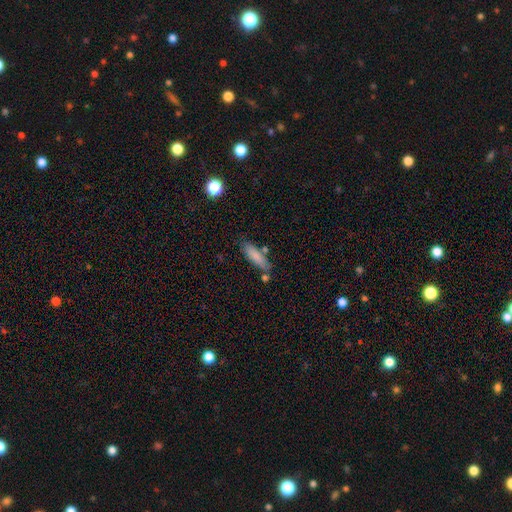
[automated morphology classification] This appears to be a smooth galaxy with no disk features (83%) that is cigar-shaped (63%). Merging: none (73%).